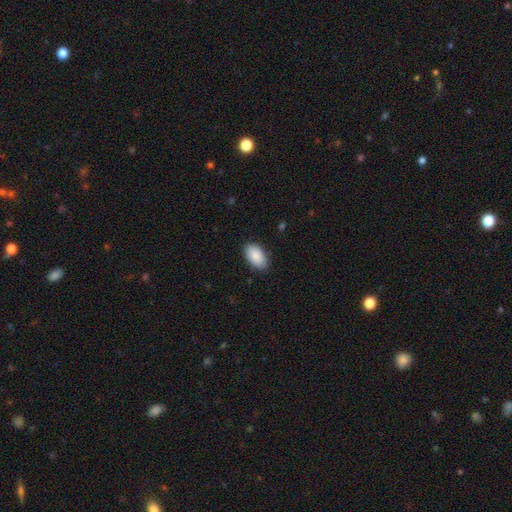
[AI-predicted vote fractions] Smooth or featured: smooth — 90% (star or artifact — 6%)
How rounded: in between — 95% (round — 3%)
Merging: none — 87% (minor disturbance — 10%)